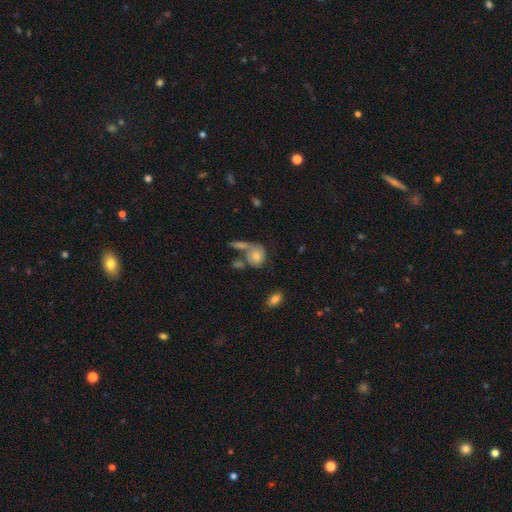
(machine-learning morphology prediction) smooth 68%, featured or disk 24%, star or artifact 9%. Down the decision tree: how rounded — round (57%); merging — none (37%).